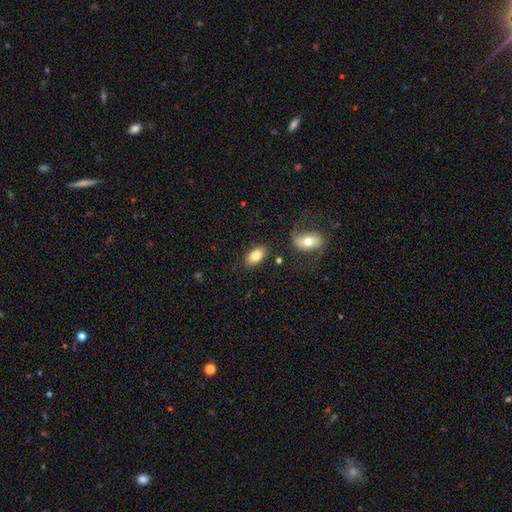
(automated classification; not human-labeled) Smooth or featured? Predicted: smooth (p=0.79). How rounded? Predicted: in between (p=0.92). Merging? Predicted: none (p=0.82).